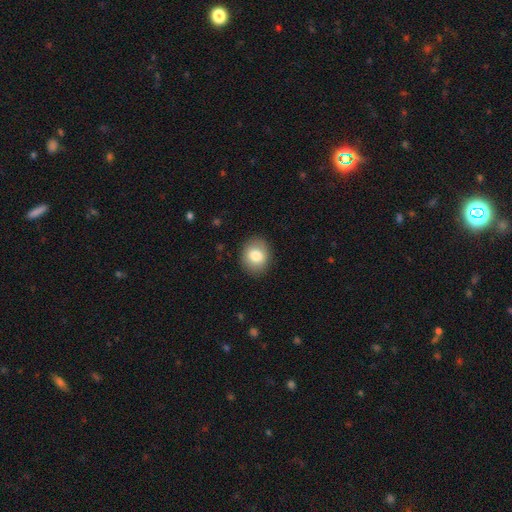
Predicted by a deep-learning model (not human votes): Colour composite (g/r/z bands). It shows a smooth galaxy with no disk features (80%) that is round (60%). Merging: none (88%).